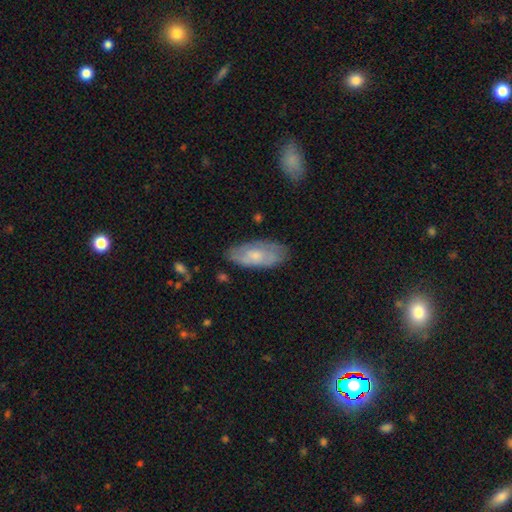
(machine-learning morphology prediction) smooth_or_featured: smooth (p=0.54) [alt: featured or disk p=0.39]
how_rounded: in between (p=0.87) [alt: cigar-shaped p=0.11]
merging: none (p=0.72) [alt: minor disturbance p=0.21]